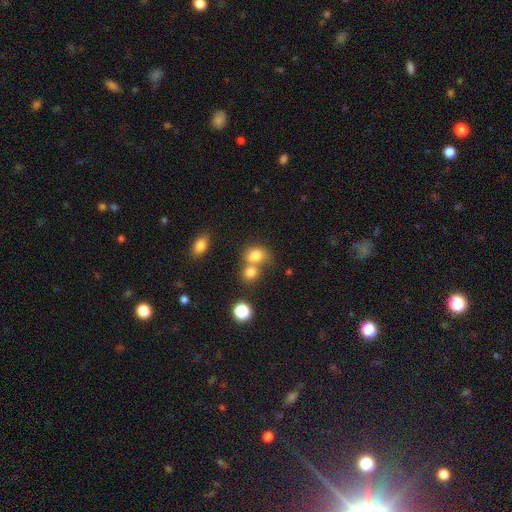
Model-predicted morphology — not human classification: Smooth or featured: smooth — 78% (star or artifact — 12%)
How rounded: round — 51% (in between — 47%)
Merging: merger — 46% (none — 39%)